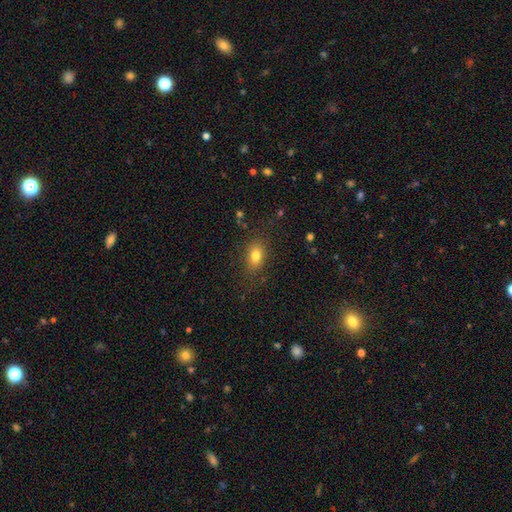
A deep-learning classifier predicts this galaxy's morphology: Smooth or featured: smooth — 80% (star or artifact — 11%)
How rounded: in between — 77% (round — 21%)
Merging: none — 81% (minor disturbance — 13%)